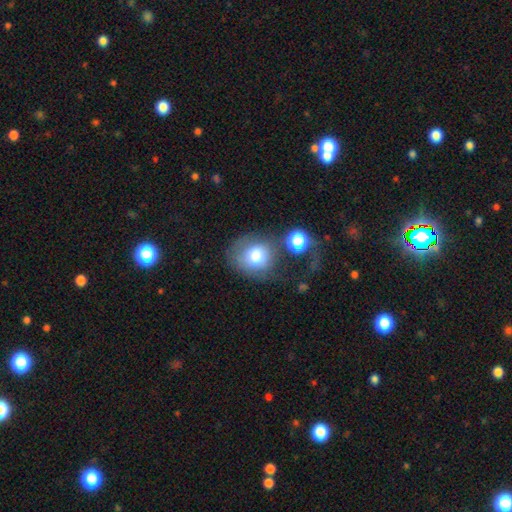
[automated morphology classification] smooth-or-featured: smooth: 75% | featured or disk: 14% | star or artifact: 11%
  how-rounded: round: 78% | in between: 21% | cigar-shaped: 1%
  merging: none: 52% | minor disturbance: 21% | major disturbance: 16% | merger: 10%